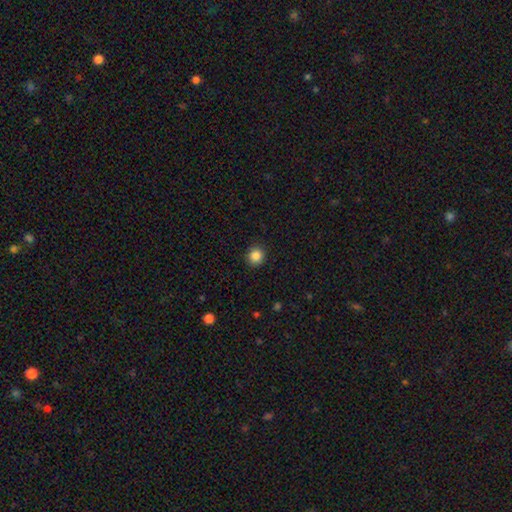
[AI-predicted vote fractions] Smooth or featured? Predicted: smooth (p=0.86). How rounded? Predicted: round (p=0.92). Merging? Predicted: none (p=0.91).